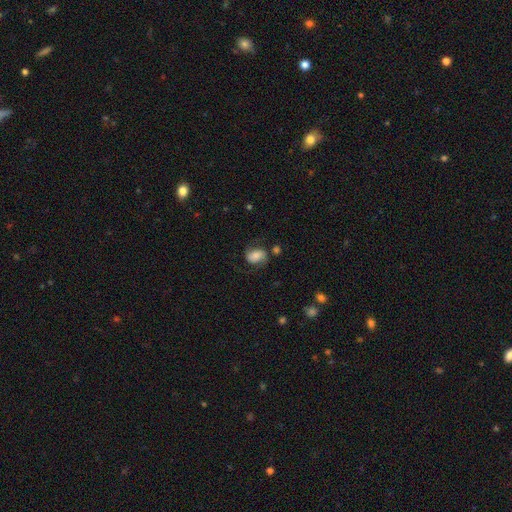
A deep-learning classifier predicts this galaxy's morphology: This appears to be a smooth galaxy with no disk features (46%). Merging: none (63%).